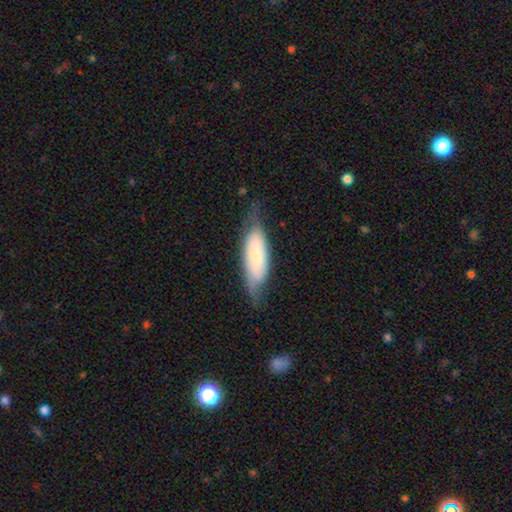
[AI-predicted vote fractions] Q: Smooth or featured?
A: smooth (57%); runner-up: featured or disk (36%)
Q: How rounded?
A: in between (64%); runner-up: cigar-shaped (34%)
Q: Merging?
A: none (60%); runner-up: minor disturbance (28%)